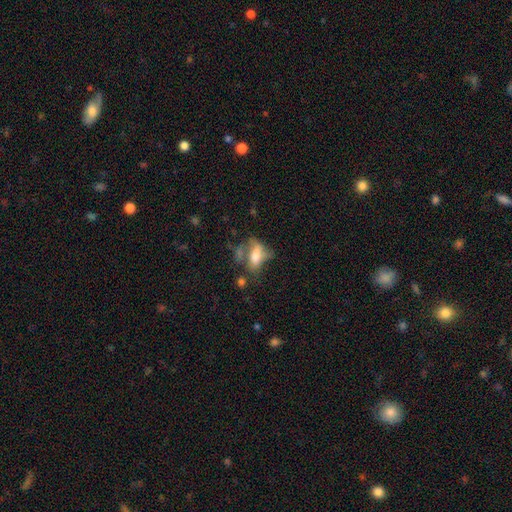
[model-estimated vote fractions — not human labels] Q: Smooth or featured?
A: smooth (57%); runner-up: featured or disk (31%)
Q: How rounded?
A: in between (79%); runner-up: cigar-shaped (15%)
Q: Merging?
A: major disturbance (32%); runner-up: none (30%)